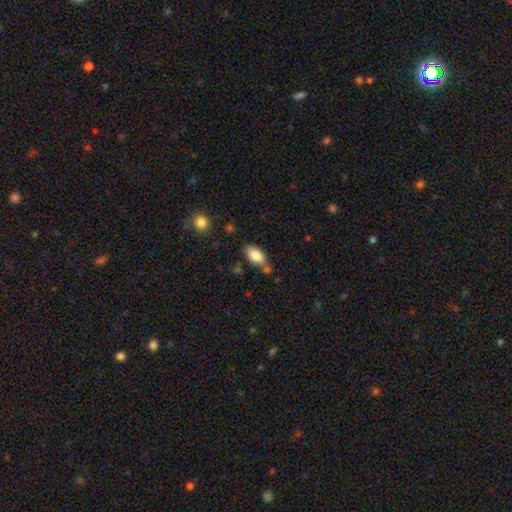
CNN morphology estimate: Q: Smooth or featured?
A: smooth (84%); runner-up: featured or disk (9%)
Q: How rounded?
A: in between (91%); runner-up: round (5%)
Q: Merging?
A: none (64%); runner-up: minor disturbance (20%)